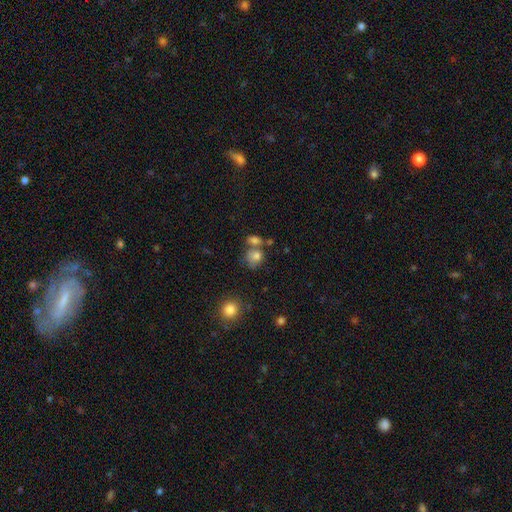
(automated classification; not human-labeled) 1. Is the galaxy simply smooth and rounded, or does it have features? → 78% smooth, 11% star or artifact, 11% featured or disk.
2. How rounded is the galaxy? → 67% round, 32% in between, 1% cigar-shaped.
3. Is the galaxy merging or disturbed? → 43% none, 34% merger, 15% minor disturbance, 8% major disturbance.